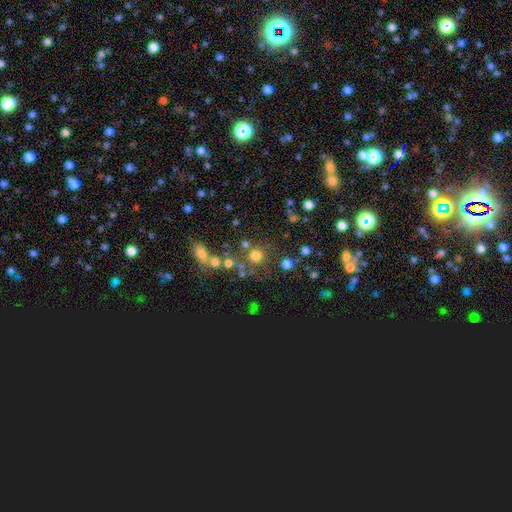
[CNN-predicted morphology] A smooth galaxy with no disk features (71%) that is round (91%). Merging: none (69%).